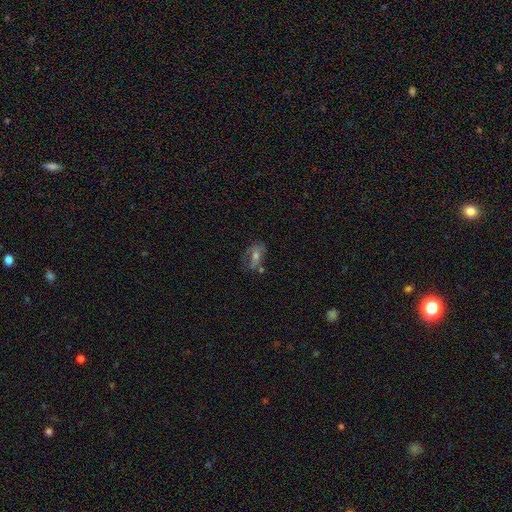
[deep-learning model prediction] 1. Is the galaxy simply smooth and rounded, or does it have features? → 46% featured or disk, 38% smooth, 16% star or artifact.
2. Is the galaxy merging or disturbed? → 53% none, 24% minor disturbance, 15% major disturbance, 9% merger.